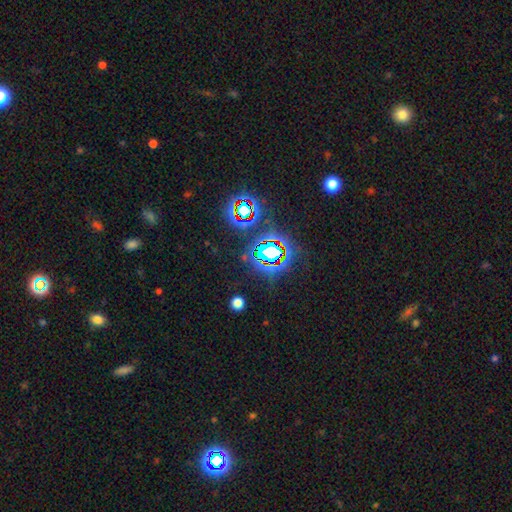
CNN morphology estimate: A star or artifact, not a galaxy (72%).

Vote fractions:
- Smooth or featured? star or artifact: 72% / smooth: 18% / featured or disk: 10%